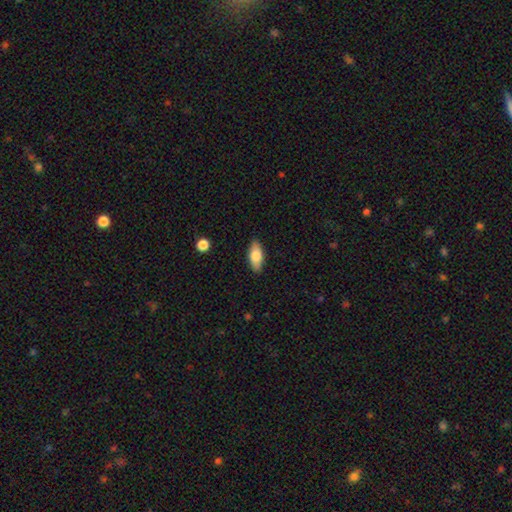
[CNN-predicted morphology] Smooth or featured?
  - smooth: 74% *
  - featured or disk: 19%
  - star or artifact: 6%
How rounded?
  - in between: 84% *
  - cigar-shaped: 13%
  - round: 3%
Merging?
  - none: 87% *
  - minor disturbance: 10%
  - major disturbance: 2%
  - merger: 1%